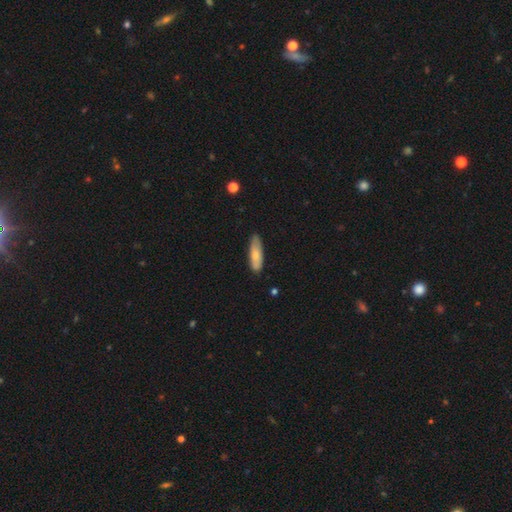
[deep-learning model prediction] smooth-or-featured: smooth: 76% | featured or disk: 19% | star or artifact: 6%
  how-rounded: cigar-shaped: 49% (tied) | in between: 49% (tied) | round: 2%
  merging: none: 79% | minor disturbance: 17% | major disturbance: 2% | merger: 1%